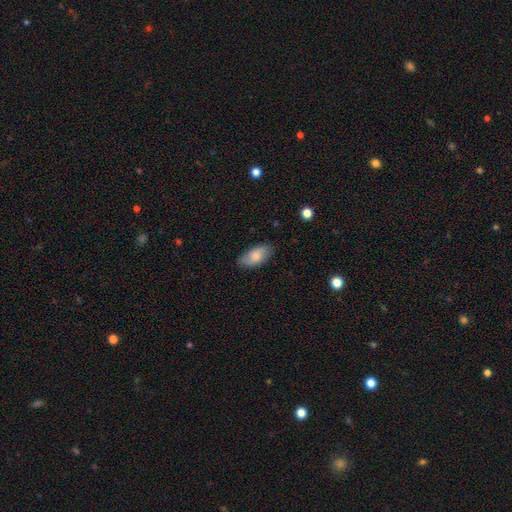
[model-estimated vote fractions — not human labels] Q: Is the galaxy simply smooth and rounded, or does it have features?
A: smooth — 80%.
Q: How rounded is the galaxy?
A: in between — 92%.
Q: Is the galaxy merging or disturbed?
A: none — 82%.